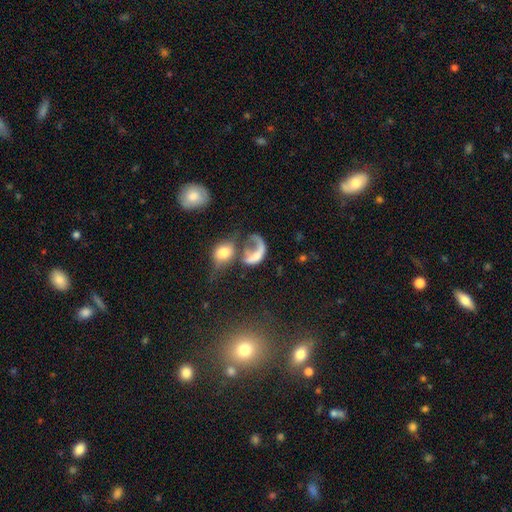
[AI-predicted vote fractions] featured or disk 47%, smooth 41%, star or artifact 12%. Down the decision tree: merging — merger (46%).